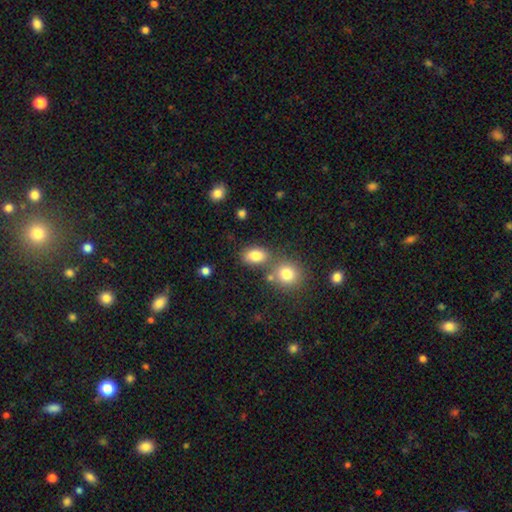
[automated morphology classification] This appears to be a smooth galaxy with no disk features (82%) that is in between round and cigar-shaped (78%). Merging: none (64%).